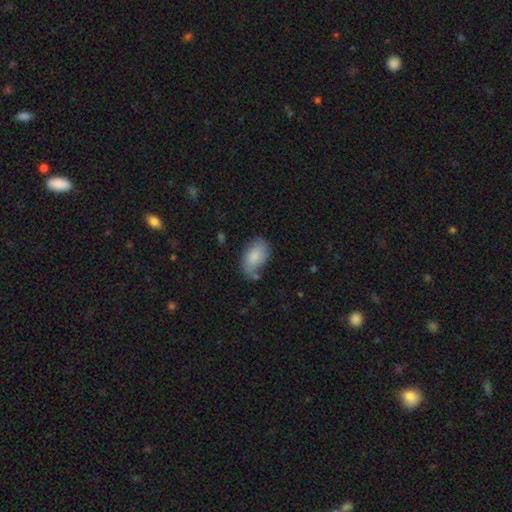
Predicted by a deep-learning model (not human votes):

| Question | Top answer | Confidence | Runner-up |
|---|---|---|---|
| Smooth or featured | smooth | 78% | featured or disk (16%) |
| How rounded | in between | 93% | round (5%) |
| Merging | none | 61% | minor disturbance (25%) |